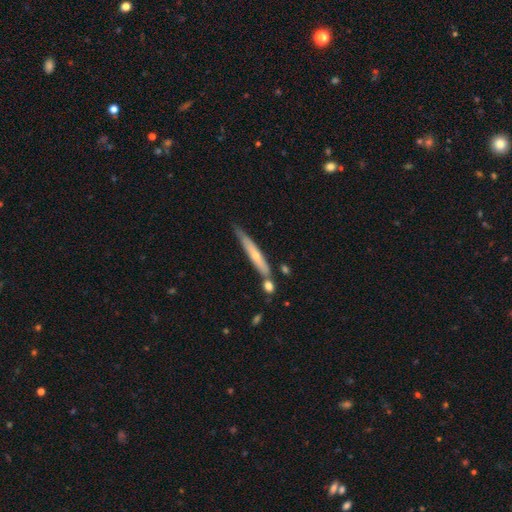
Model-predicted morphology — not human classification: Smooth or featured?
  - featured or disk: 52% *
  - smooth: 42%
  - star or artifact: 6%
Edge-on disk?
  - yes: 86% *
  - no: 14%
Merging?
  - none: 65% *
  - minor disturbance: 20%
  - merger: 12%
  - major disturbance: 4%